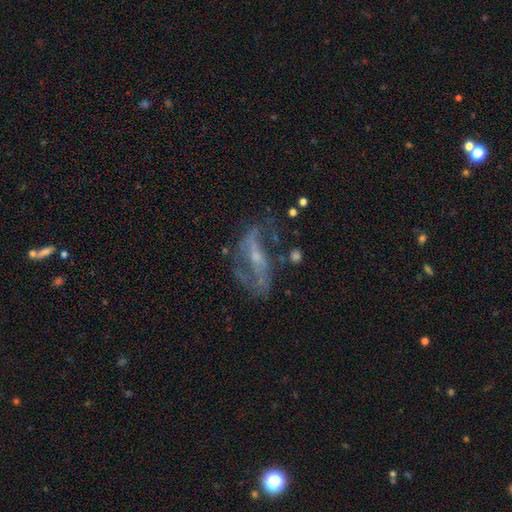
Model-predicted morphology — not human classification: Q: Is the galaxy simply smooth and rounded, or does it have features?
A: featured or disk — 76%.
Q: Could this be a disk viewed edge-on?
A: no — 91%.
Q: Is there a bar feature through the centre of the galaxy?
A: no — 39%.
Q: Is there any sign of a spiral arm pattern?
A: yes — 71%.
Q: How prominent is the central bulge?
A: small — 63%.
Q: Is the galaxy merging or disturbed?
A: none — 44%.